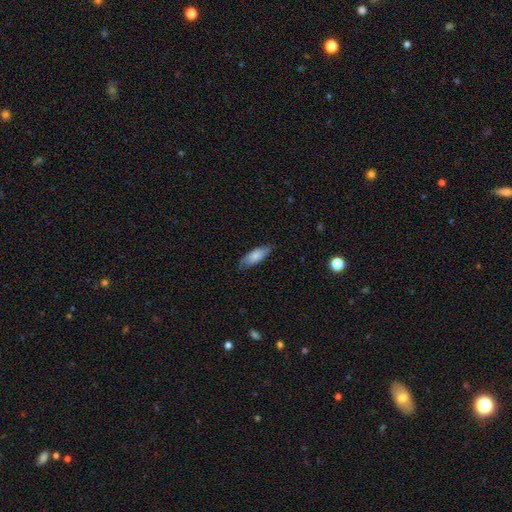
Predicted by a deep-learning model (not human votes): A smooth galaxy with no disk features (78%) that is in between round and cigar-shaped (63%).

Vote fractions:
- Smooth or featured? smooth: 78% / featured or disk: 16% / star or artifact: 6%
- How rounded? in between: 63% / cigar-shaped: 35% / round: 2%
- Merging? none: 78% / minor disturbance: 18% / major disturbance: 3% / merger: 1%